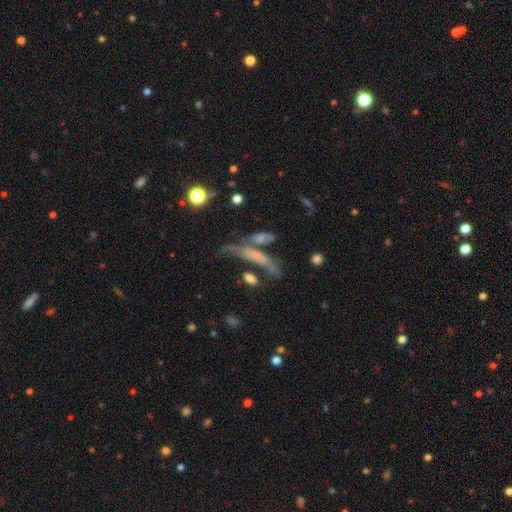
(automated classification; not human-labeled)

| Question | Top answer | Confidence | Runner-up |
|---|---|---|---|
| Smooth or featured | smooth | 48% | featured or disk (37%) |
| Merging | none | 40% | merger (31%) |